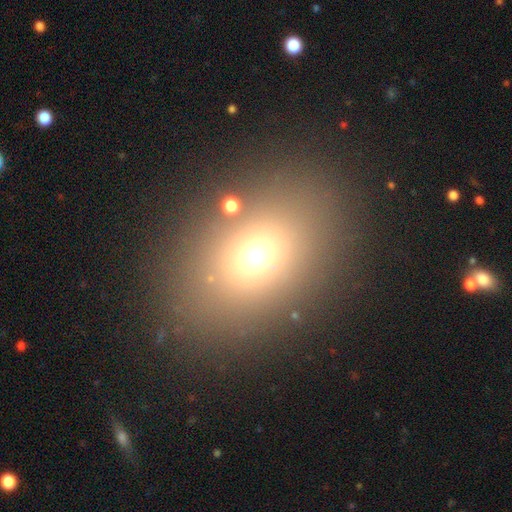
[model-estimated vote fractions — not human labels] Q: Smooth or featured?
A: smooth (68%); runner-up: star or artifact (20%)
Q: How rounded?
A: in between (62%); runner-up: round (37%)
Q: Merging?
A: none (84%); runner-up: minor disturbance (8%)